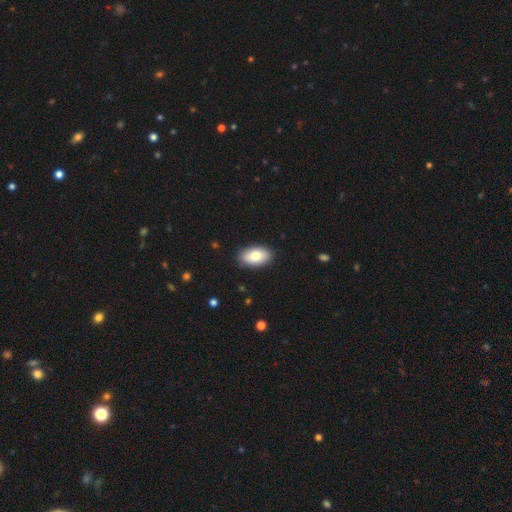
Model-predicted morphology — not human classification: A smooth galaxy with no disk features (78%) that is in between round and cigar-shaped (93%).

Vote fractions:
- Smooth or featured? smooth: 78% / featured or disk: 15% / star or artifact: 7%
- How rounded? in between: 93% / round: 6% / cigar-shaped: 1%
- Merging? none: 88% / minor disturbance: 9% / major disturbance: 2% / merger: 1%